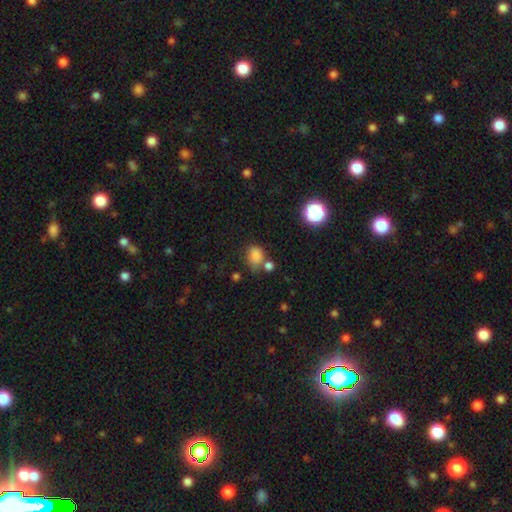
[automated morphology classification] A smooth galaxy with no disk features (81%) that is in between round and cigar-shaped (52%).

Vote fractions:
- Smooth or featured? smooth: 81% / star or artifact: 13% / featured or disk: 6%
- How rounded? in between: 52% / round: 47% / cigar-shaped: 1%
- Merging? none: 53% / minor disturbance: 20% / merger: 20% / major disturbance: 8%